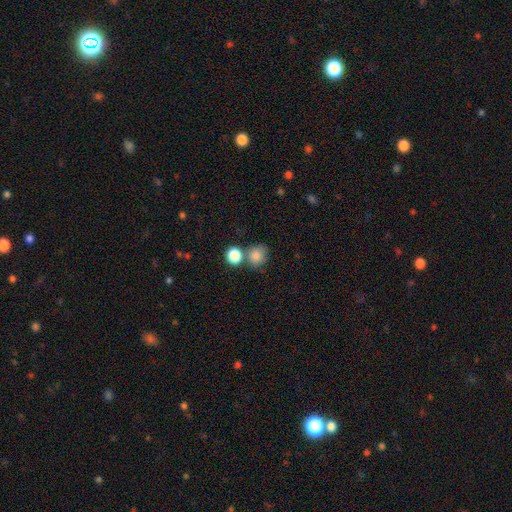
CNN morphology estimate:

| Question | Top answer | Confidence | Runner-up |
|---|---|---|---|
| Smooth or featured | smooth | 83% | star or artifact (10%) |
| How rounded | round | 79% | in between (20%) |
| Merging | none | 54% | merger (29%) |